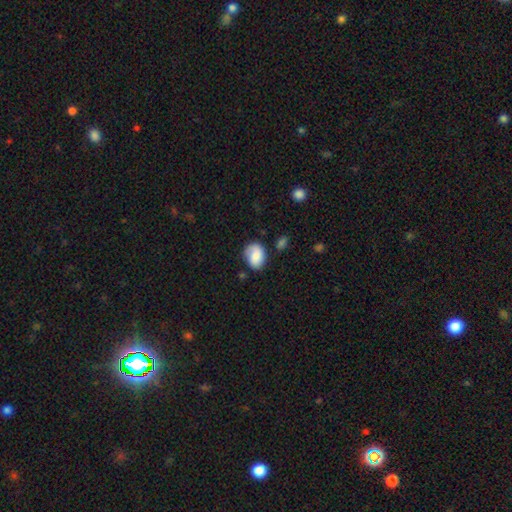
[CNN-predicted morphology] smooth 77%, featured or disk 16%, star or artifact 8%. Down the decision tree: how rounded — in between (59%); merging — none (63%).